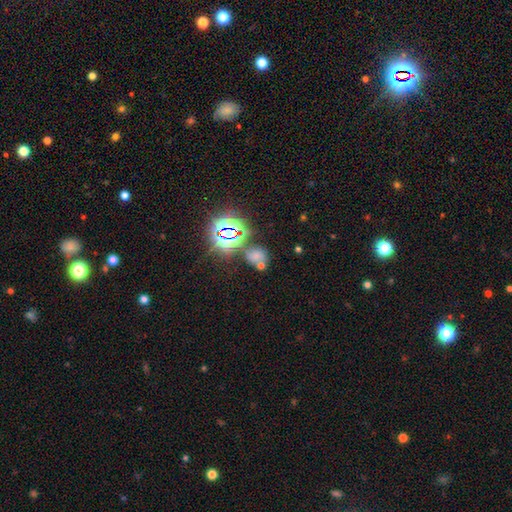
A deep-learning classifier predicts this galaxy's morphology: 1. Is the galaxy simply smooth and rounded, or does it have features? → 45% smooth, 42% star or artifact, 13% featured or disk.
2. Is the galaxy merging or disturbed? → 50% none, 28% merger, 14% minor disturbance, 8% major disturbance.